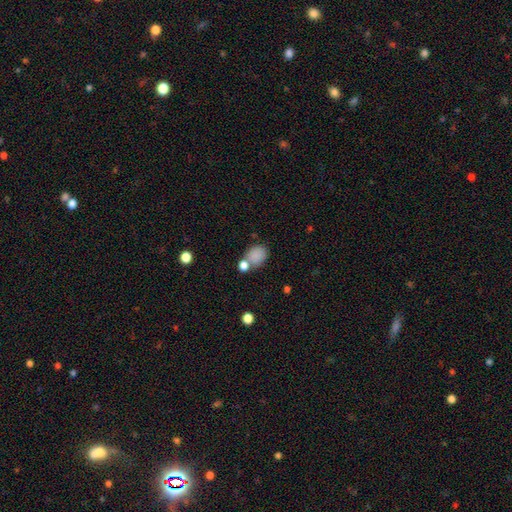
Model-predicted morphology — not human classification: The model was most divided on "how rounded": in between: 61%, round: 38%, cigar-shaped: 1%. More confident: smooth or featured — smooth (84%); merging — none (54%).